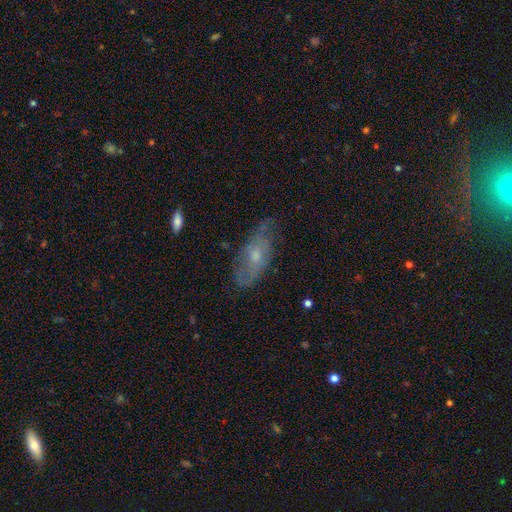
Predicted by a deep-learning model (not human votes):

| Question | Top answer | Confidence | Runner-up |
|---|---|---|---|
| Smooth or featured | featured or disk | 57% | smooth (34%) |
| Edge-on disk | no | 83% | yes (17%) |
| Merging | none | 66% | minor disturbance (25%) |